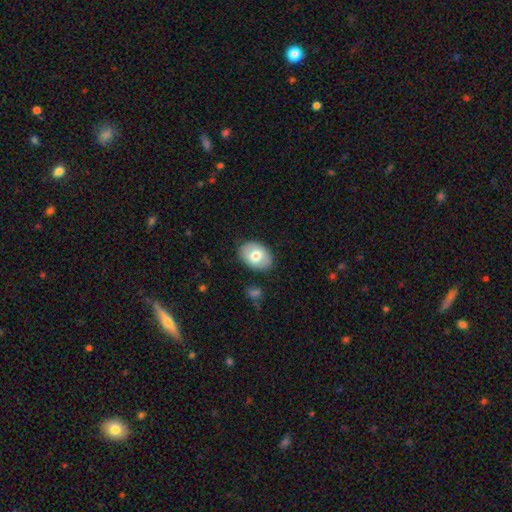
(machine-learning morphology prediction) A smooth galaxy with no disk features (72%) that is in between round and cigar-shaped (79%). Merging: none (85%).